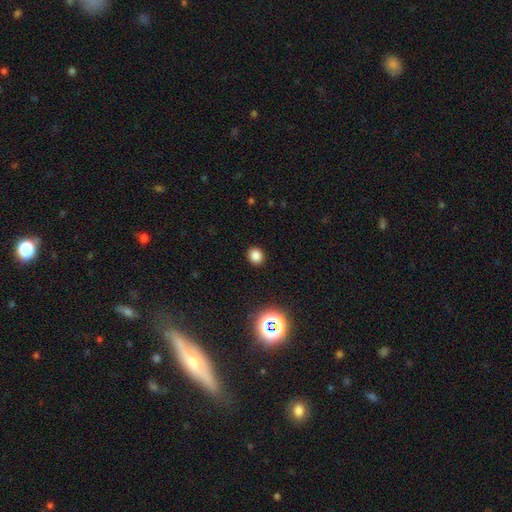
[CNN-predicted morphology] smooth_or_featured: smooth (p=0.81) [alt: star or artifact p=0.15]
how_rounded: round (p=0.75) [alt: in between p=0.24]
merging: none (p=0.91) [alt: minor disturbance p=0.06]